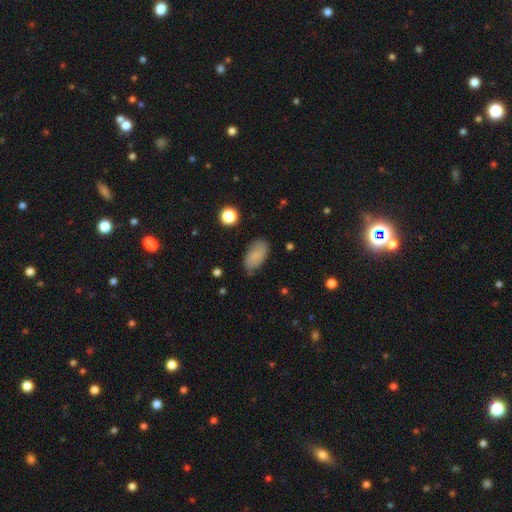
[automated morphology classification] A smooth galaxy with no disk features (80%) that is in between round and cigar-shaped (93%). Merging: none (73%).